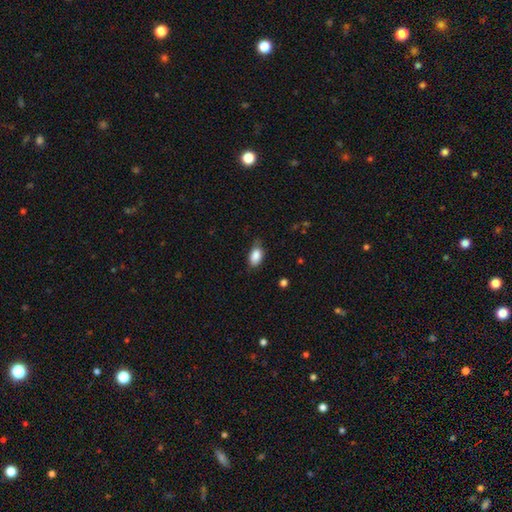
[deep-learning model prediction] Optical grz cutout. It shows a smooth galaxy with no disk features (87%) that is in between round and cigar-shaped (91%). Merging: none (68%).